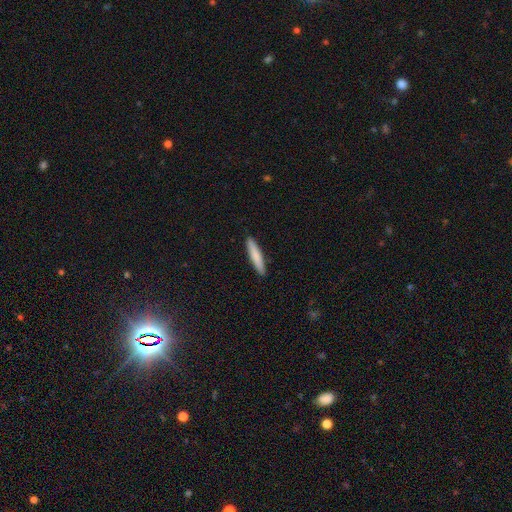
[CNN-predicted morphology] A smooth galaxy with no disk features (78%) that is cigar-shaped (92%).

Vote fractions:
- Smooth or featured? smooth: 78% / featured or disk: 17% / star or artifact: 5%
- How rounded? cigar-shaped: 92% / in between: 7% / round: 1%
- Merging? none: 91% / minor disturbance: 7% / major disturbance: 1% / merger: 1%